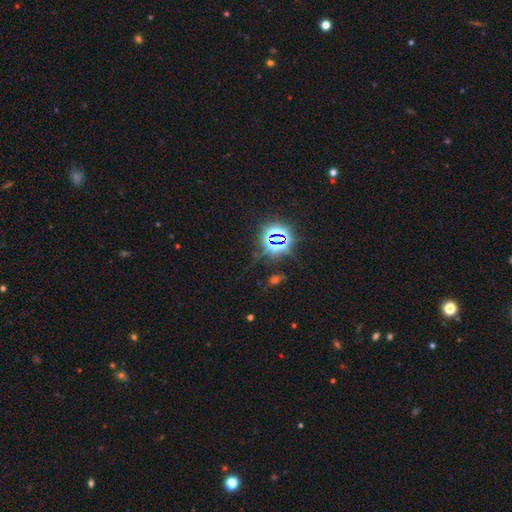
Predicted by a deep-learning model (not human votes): Q: Smooth or featured?
A: star or artifact (78%); runner-up: smooth (14%)